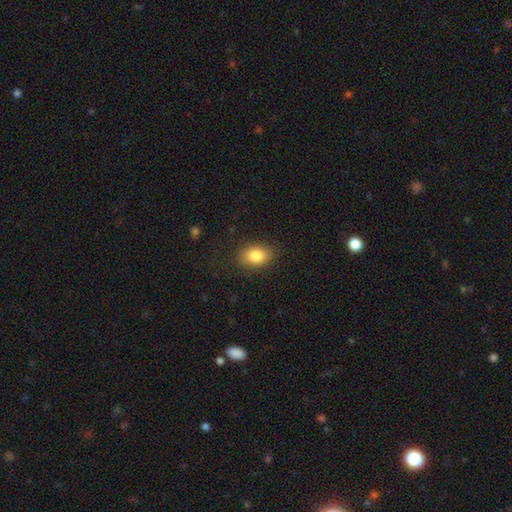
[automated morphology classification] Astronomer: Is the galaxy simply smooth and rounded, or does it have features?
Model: smooth — 84%.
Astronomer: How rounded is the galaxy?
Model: in between — 76%.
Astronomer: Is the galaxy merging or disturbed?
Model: none — 85%.